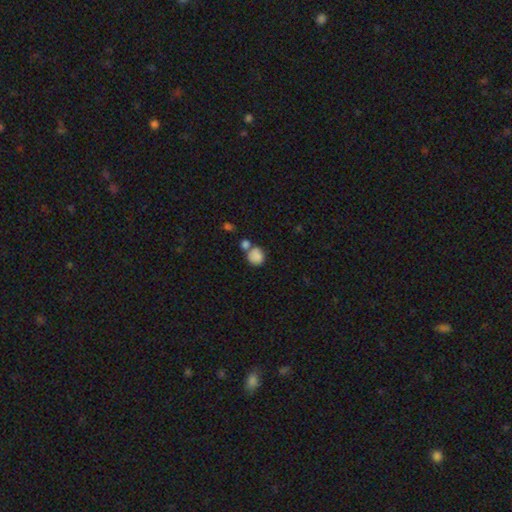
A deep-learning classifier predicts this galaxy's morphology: smooth 85%, star or artifact 9%, featured or disk 6%. Down the decision tree: how rounded — round (80%); merging — none (46%).